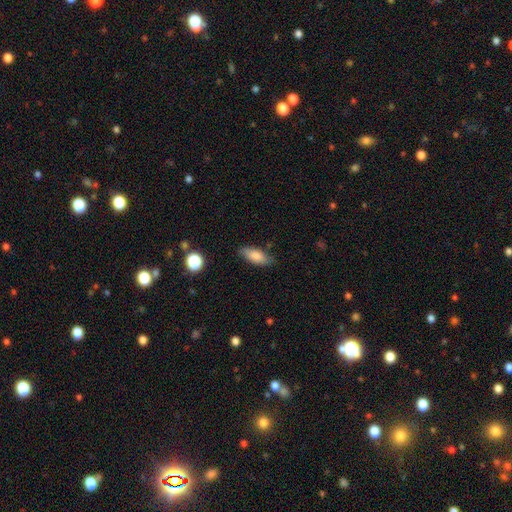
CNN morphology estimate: Overall: smooth (82%). How rounded: in between (77%). Merging: none (80%).